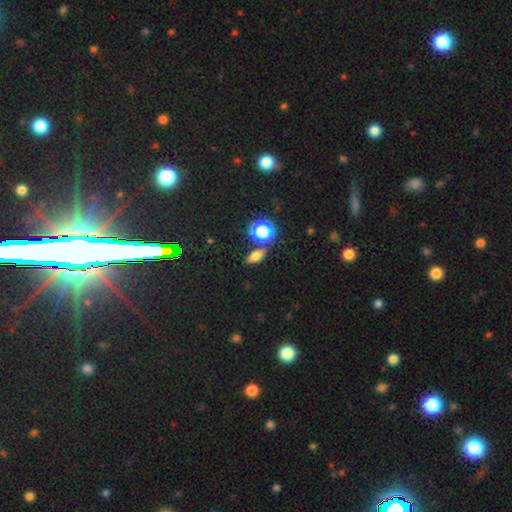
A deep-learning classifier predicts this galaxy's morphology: This is likely a smooth galaxy (62%). How rounded: likely in between (62%). Merging: likely none (79%).